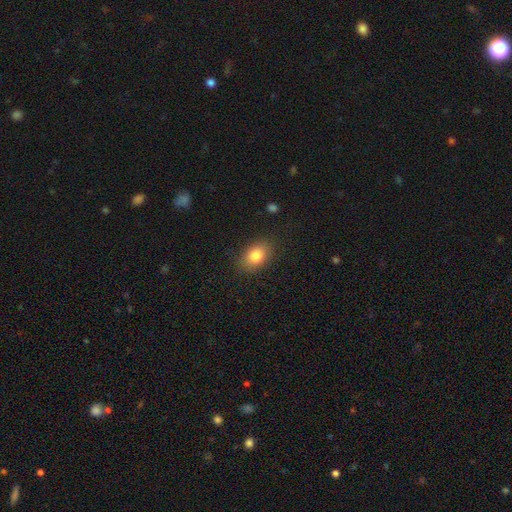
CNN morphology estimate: Smooth or featured? smooth (83%)
How rounded? in between (84%)
Merging? none (84%)